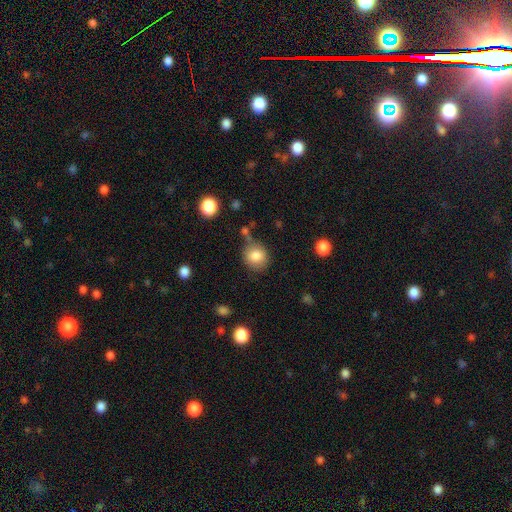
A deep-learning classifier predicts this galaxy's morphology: Smooth or featured: smooth — 83% (star or artifact — 9%)
How rounded: round — 82% (in between — 17%)
Merging: none — 71% (minor disturbance — 16%)